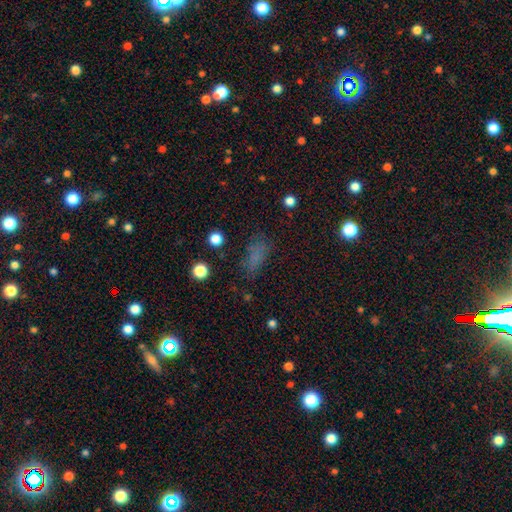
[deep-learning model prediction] Smooth or featured: smooth — 68% (star or artifact — 20%)
How rounded: in between — 73% (cigar-shaped — 21%)
Merging: none — 65% (minor disturbance — 20%)